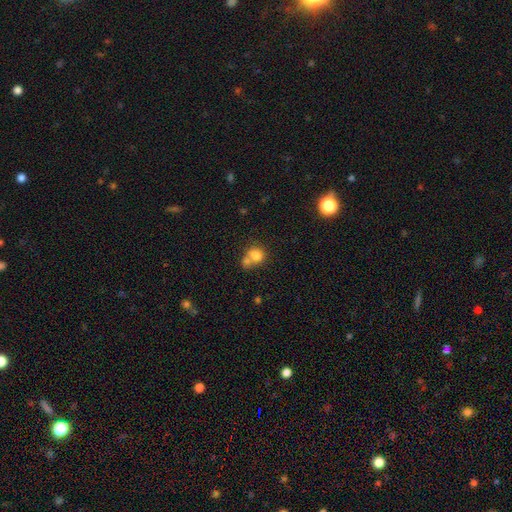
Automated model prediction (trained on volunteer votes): smooth-or-featured: smooth: 76% | featured or disk: 13% | star or artifact: 11%
  how-rounded: round: 67% | in between: 32% | cigar-shaped: 1%
  merging: merger: 55% | none: 30% | minor disturbance: 10% | major disturbance: 5%